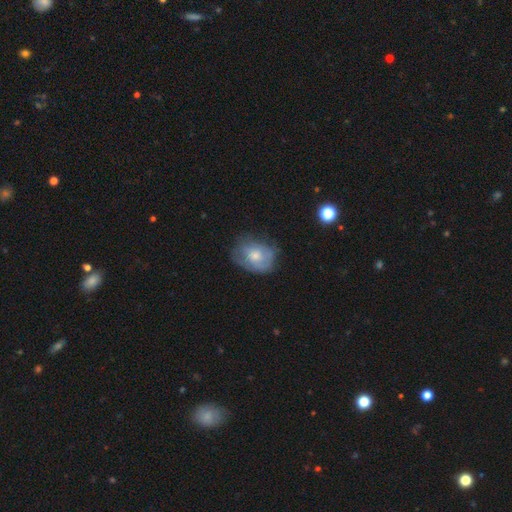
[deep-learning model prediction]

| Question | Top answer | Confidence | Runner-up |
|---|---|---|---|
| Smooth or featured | smooth | 52% | featured or disk (41%) |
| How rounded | in between | 58% | round (41%) |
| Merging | none | 54% | minor disturbance (31%) |